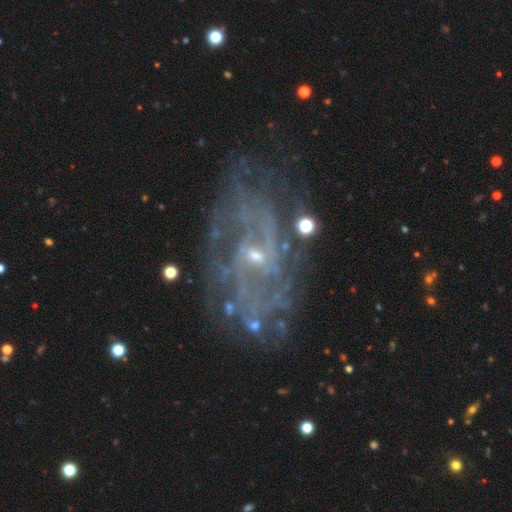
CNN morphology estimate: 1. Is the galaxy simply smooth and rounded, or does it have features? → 79% featured or disk, 12% star or artifact, 10% smooth.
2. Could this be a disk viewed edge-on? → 96% no, 4% yes.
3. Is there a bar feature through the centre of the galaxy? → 55% no, 36% weak, 9% strong.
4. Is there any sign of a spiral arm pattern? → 83% yes, 17% no.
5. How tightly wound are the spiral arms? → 47% tight, 35% medium, 18% loose.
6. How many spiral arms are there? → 47% can't tell, 20% 2, 10% 3, 9% 4, 8% more than 4, 7% 1.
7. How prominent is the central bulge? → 78% small, 15% moderate, 5% none, 1% large, 1% dominant.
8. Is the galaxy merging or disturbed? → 70% none, 17% minor disturbance, 10% major disturbance, 3% merger.